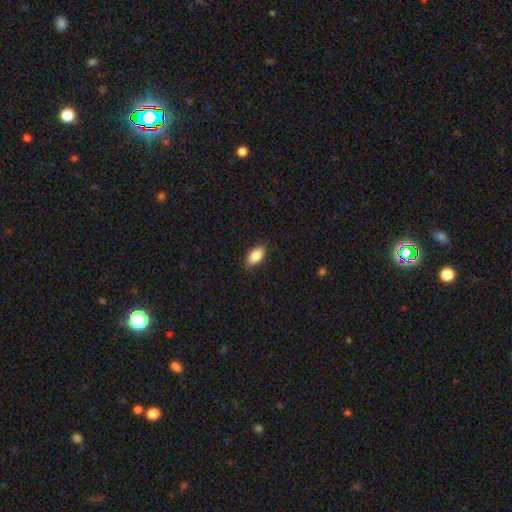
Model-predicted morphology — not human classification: A smooth galaxy with no disk features (85%) that is in between round and cigar-shaped (90%). Merging: none (86%).